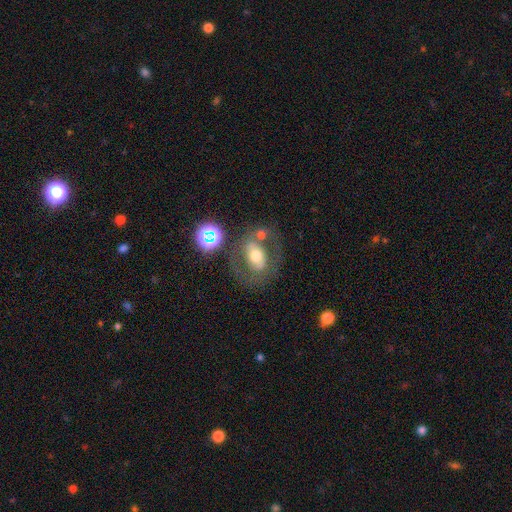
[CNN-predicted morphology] smooth_or_featured: featured or disk (p=0.50) [alt: smooth p=0.38]
disk_edge_on: no (p=0.92) [alt: yes p=0.08]
merging: none (p=0.58) [alt: minor disturbance p=0.15]